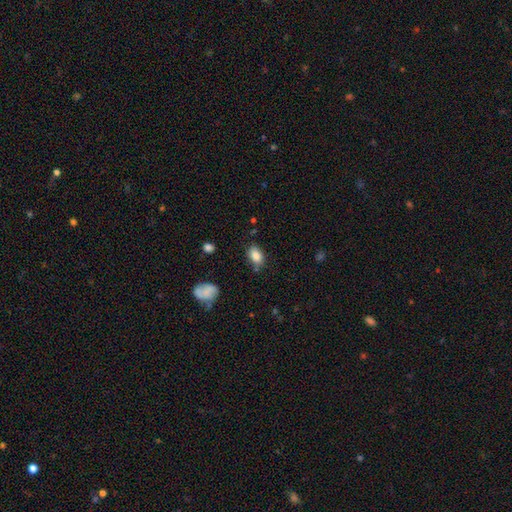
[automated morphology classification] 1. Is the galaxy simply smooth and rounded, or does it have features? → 86% smooth, 8% star or artifact, 6% featured or disk.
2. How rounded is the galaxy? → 87% in between, 11% round, 2% cigar-shaped.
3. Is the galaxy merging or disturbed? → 75% none, 18% minor disturbance, 4% major disturbance, 3% merger.